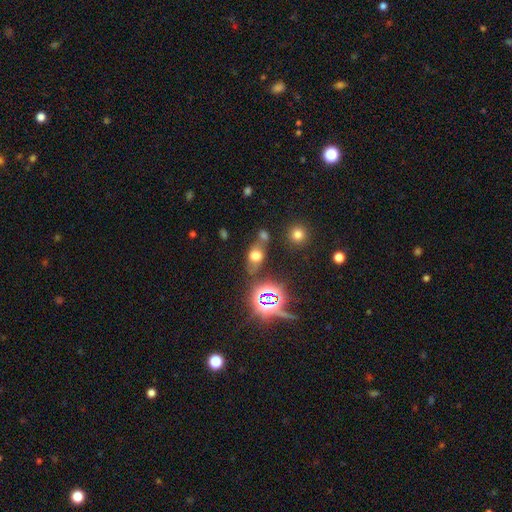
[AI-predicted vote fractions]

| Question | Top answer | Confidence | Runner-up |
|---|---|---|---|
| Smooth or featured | smooth | 53% | star or artifact (29%) |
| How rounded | in between | 71% | round (23%) |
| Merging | none | 59% | merger (18%) |